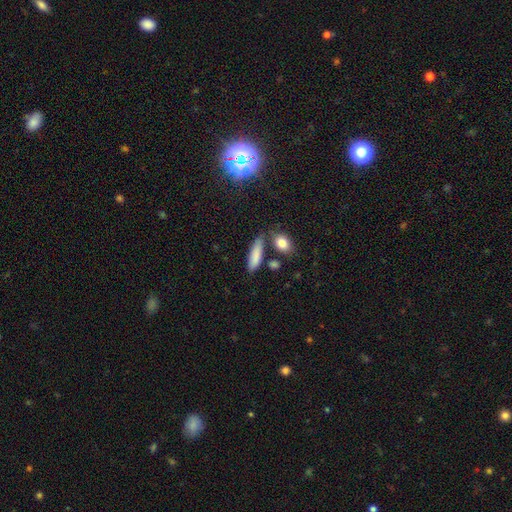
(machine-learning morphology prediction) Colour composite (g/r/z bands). It shows a smooth galaxy with no disk features (84%) that is cigar-shaped (53%). Merging: none (68%).